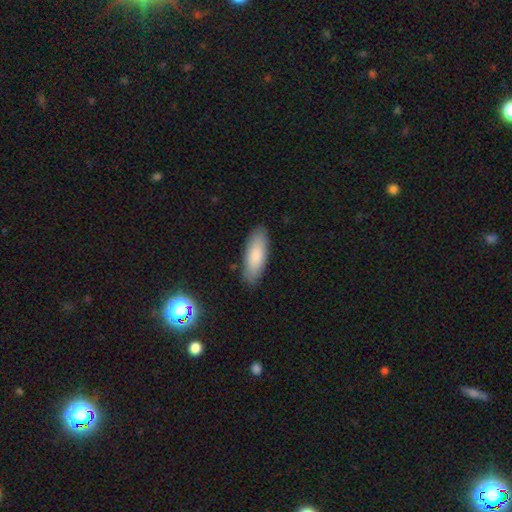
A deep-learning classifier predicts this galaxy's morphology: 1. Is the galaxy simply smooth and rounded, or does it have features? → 84% smooth, 10% featured or disk, 6% star or artifact.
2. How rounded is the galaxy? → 65% in between, 33% cigar-shaped, 2% round.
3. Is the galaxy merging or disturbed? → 87% none, 10% minor disturbance, 2% major disturbance, 1% merger.